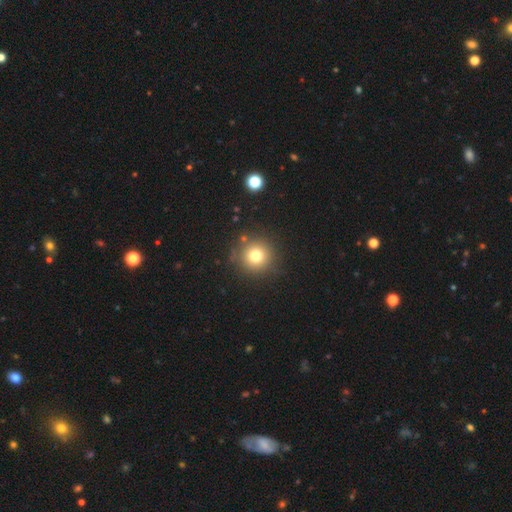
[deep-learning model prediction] A smooth galaxy with no disk features (76%) that is round (94%).

Vote fractions:
- Smooth or featured? smooth: 76% / star or artifact: 15% / featured or disk: 10%
- How rounded? round: 94% / in between: 5% / cigar-shaped: 1%
- Merging? none: 86% / minor disturbance: 8% / major disturbance: 3% / merger: 3%